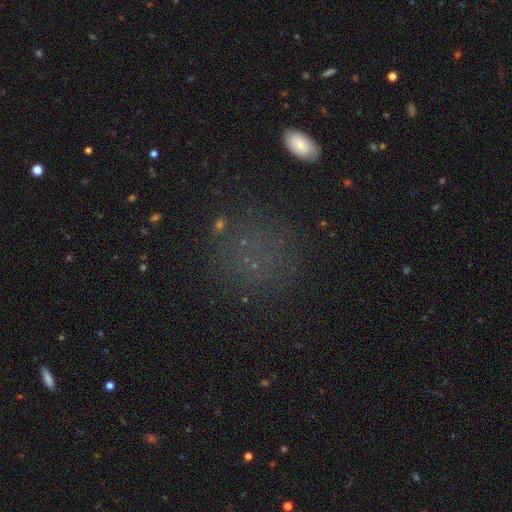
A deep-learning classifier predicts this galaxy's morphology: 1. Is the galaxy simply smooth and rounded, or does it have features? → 50% smooth, 37% star or artifact, 13% featured or disk.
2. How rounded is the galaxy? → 82% round, 16% in between, 2% cigar-shaped.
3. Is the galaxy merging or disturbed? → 76% none, 12% minor disturbance, 9% major disturbance, 3% merger.